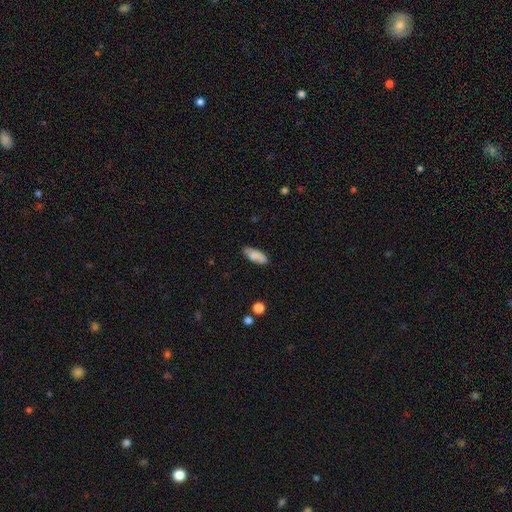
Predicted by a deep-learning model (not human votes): Smooth or featured? Predicted: smooth (p=0.81). How rounded? Predicted: in between (p=0.74). Merging? Predicted: none (p=0.74).